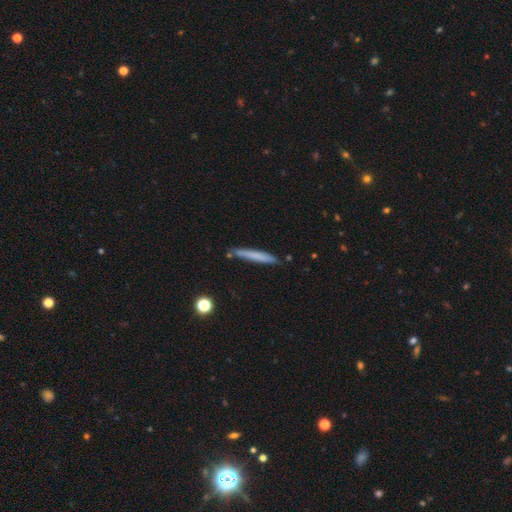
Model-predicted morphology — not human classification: smooth 69%, featured or disk 25%, star or artifact 7%. Down the decision tree: how rounded — cigar-shaped (96%); merging — none (81%).